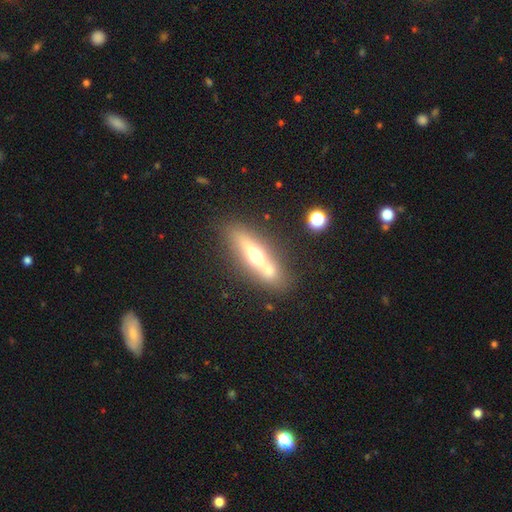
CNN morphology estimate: This appears to be a featured or disk galaxy (55%) viewed edge-on (82%). Merging: none (65%).